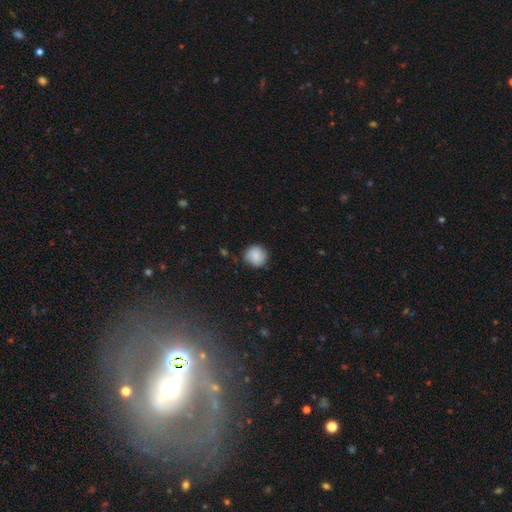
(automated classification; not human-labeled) Q: Smooth or featured?
A: smooth (85%); runner-up: star or artifact (8%)
Q: How rounded?
A: round (90%); runner-up: in between (10%)
Q: Merging?
A: none (79%); runner-up: minor disturbance (16%)